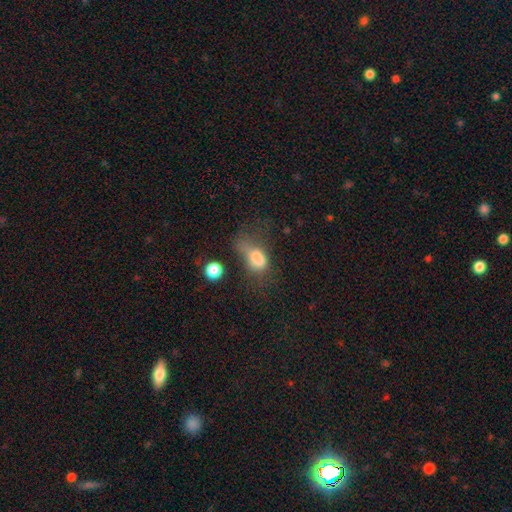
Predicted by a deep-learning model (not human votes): Smooth or featured? smooth (69%)
How rounded? in between (77%)
Merging? major disturbance (45%)